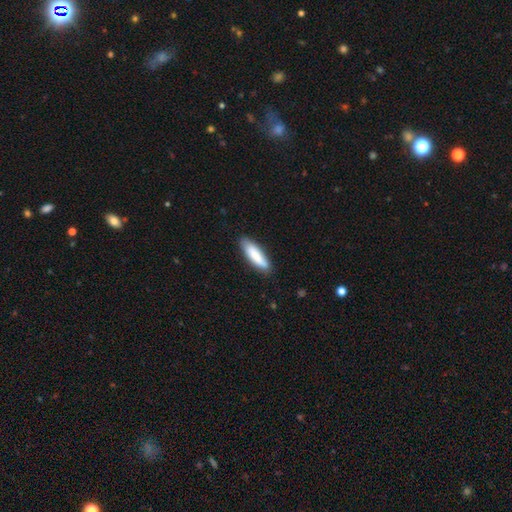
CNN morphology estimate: type=smooth (83%); roundness=cigar-shaped (62%); merging=none (85%).